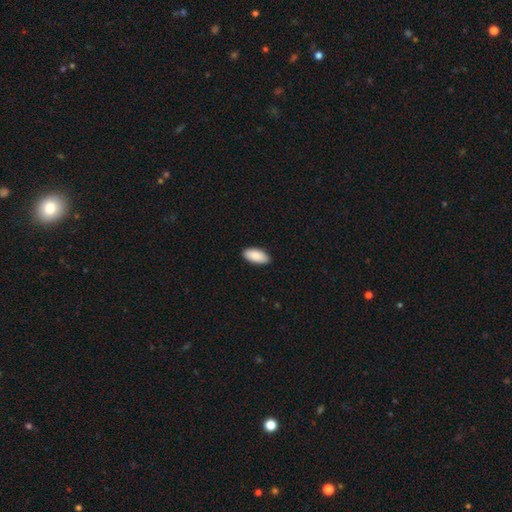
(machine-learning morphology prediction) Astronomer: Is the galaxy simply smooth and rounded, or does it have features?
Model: smooth — 90%.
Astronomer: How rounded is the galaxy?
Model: in between — 93%.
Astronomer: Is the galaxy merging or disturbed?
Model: none — 89%.